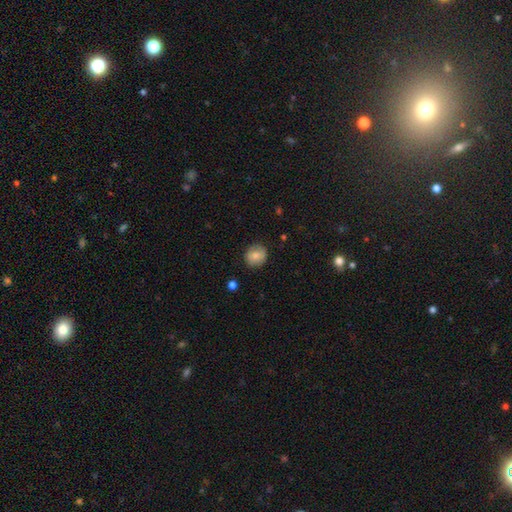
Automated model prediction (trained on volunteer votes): This is likely a smooth galaxy (79%). How rounded: likely round (78%). Merging: clearly none (85%).